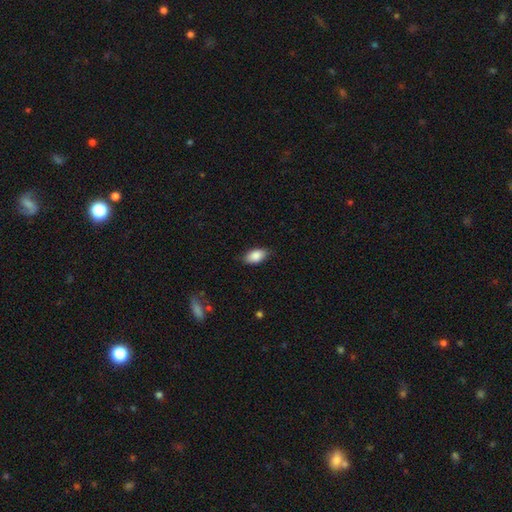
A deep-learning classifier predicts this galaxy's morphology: This appears to be a smooth galaxy with no disk features (87%) that is in between round and cigar-shaped (92%). Merging: none (81%).